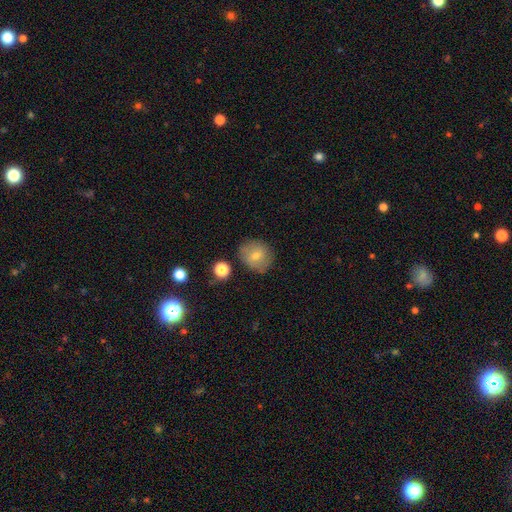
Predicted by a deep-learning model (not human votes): Smooth or featured?
  - smooth: 63% *
  - featured or disk: 24%
  - star or artifact: 13%
How rounded?
  - round: 79% *
  - in between: 20%
  - cigar-shaped: 1%
Merging?
  - none: 81% *
  - minor disturbance: 13%
  - major disturbance: 4%
  - merger: 3%